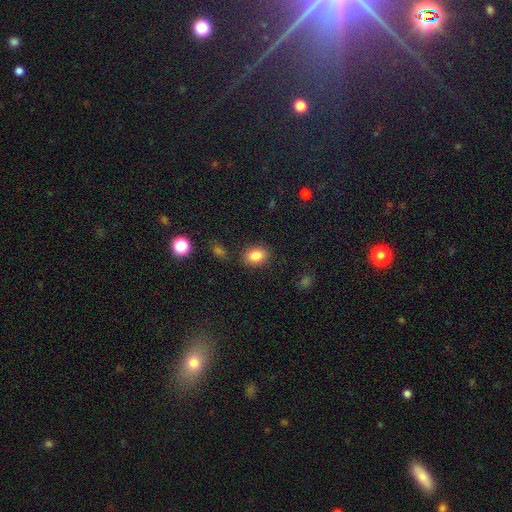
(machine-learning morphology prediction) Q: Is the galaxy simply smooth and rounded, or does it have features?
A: smooth — 85%.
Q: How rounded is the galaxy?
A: in between — 67%.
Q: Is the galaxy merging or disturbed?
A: none — 84%.